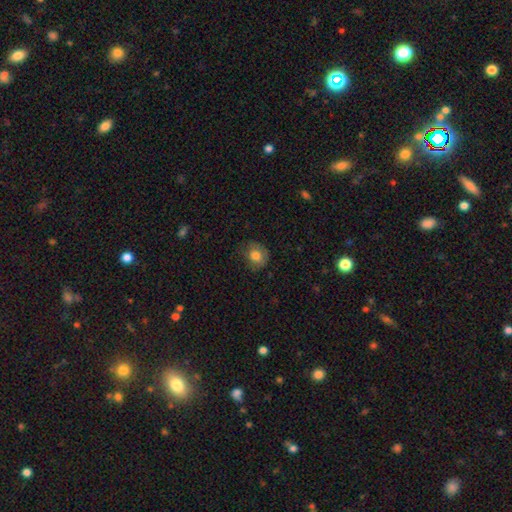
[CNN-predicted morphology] smooth 77%, featured or disk 14%, star or artifact 9%. Down the decision tree: how rounded — round (72%); merging — none (63%).